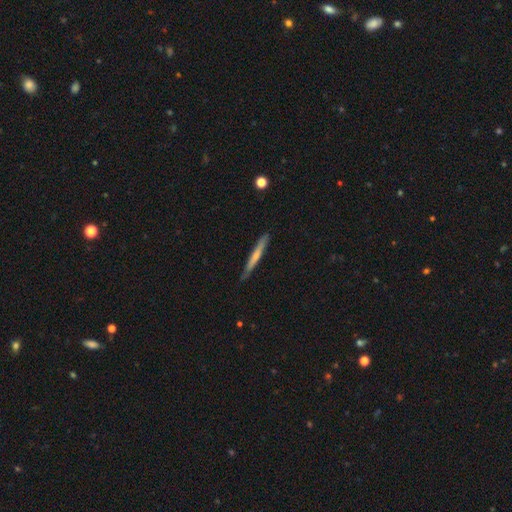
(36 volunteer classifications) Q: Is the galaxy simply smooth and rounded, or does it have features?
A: smooth — 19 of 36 (53%).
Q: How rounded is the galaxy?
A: cigar-shaped — 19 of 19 (100%).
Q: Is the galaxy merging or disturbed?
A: none — 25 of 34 (74%).